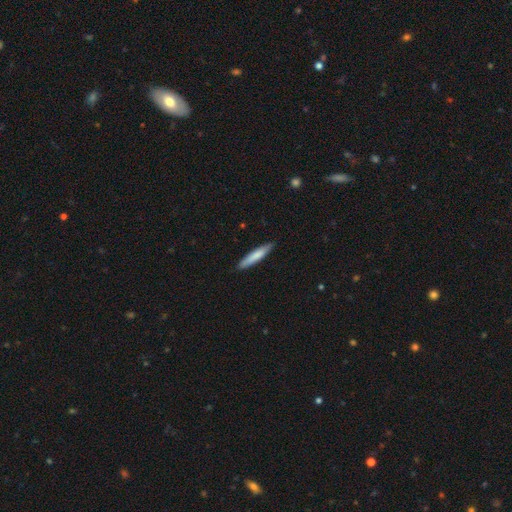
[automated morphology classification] This appears to be a smooth galaxy with no disk features (77%) that is cigar-shaped (91%). Merging: none (89%).